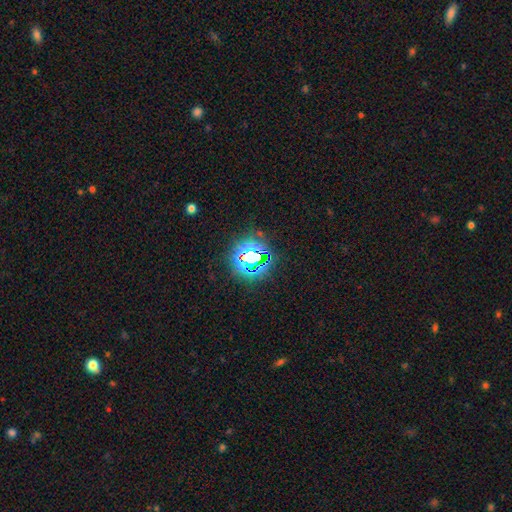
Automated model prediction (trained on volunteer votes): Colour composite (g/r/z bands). It shows a star or artifact, not a galaxy (79%).